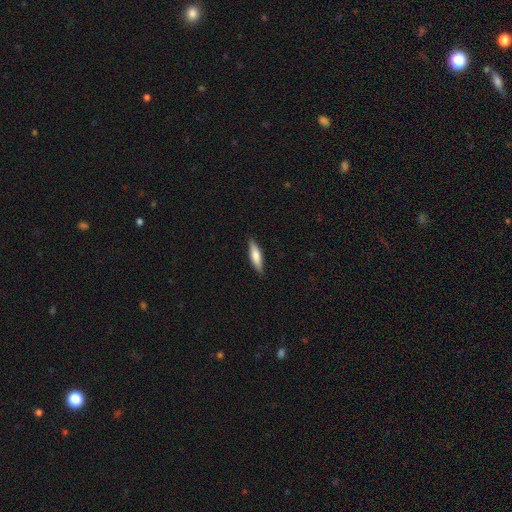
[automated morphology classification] Overall: smooth (74%). How rounded: cigar-shaped (67%; in between 31%). Merging: none (87%).